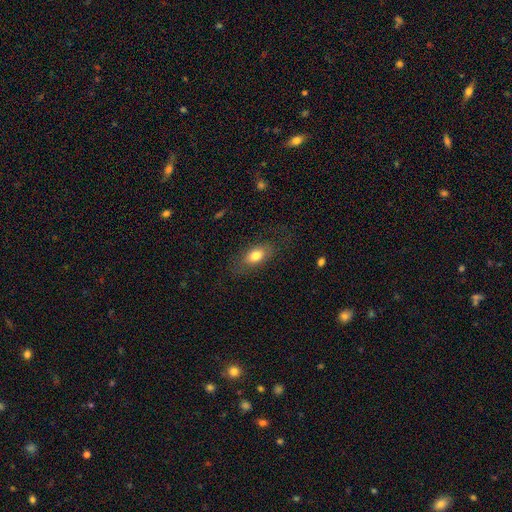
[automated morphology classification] This is likely a smooth galaxy (77%). How rounded: clearly in between (85%). Merging: likely none (76%).